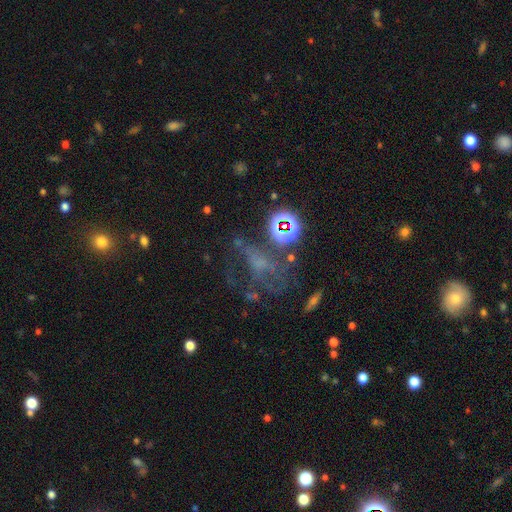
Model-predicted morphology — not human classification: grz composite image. It shows a star or artifact, not a galaxy (43%).